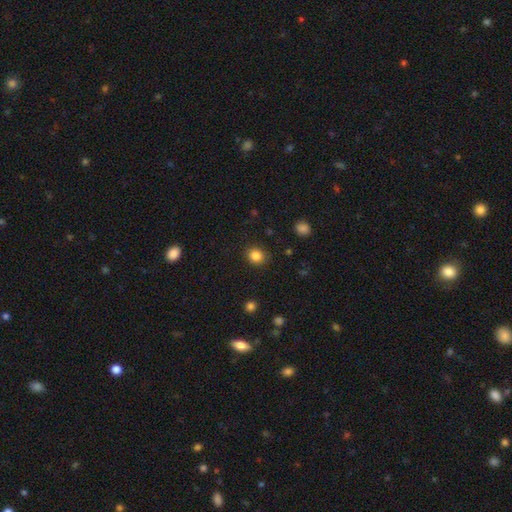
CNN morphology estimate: Smooth or featured?
  - smooth: 84% *
  - star or artifact: 11%
  - featured or disk: 5%
How rounded?
  - round: 79% *
  - in between: 20%
  - cigar-shaped: 1%
Merging?
  - none: 89% *
  - minor disturbance: 7%
  - major disturbance: 2%
  - merger: 1%